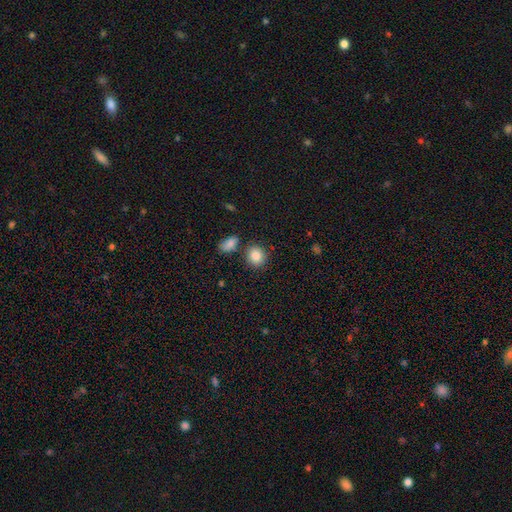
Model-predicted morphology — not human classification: Smooth or featured? smooth (87%)
How rounded? round (74%)
Merging? none (78%)